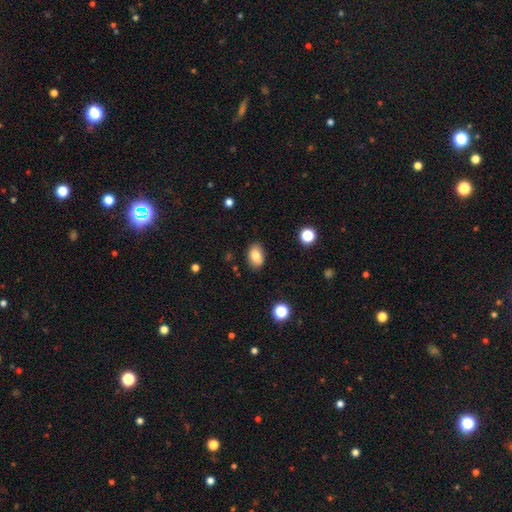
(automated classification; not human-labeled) smooth-or-featured: smooth: 81% | featured or disk: 10% | star or artifact: 9%
  how-rounded: in between: 84% | round: 15% | cigar-shaped: 1%
  merging: none: 85% | minor disturbance: 11% | major disturbance: 2% | merger: 2%